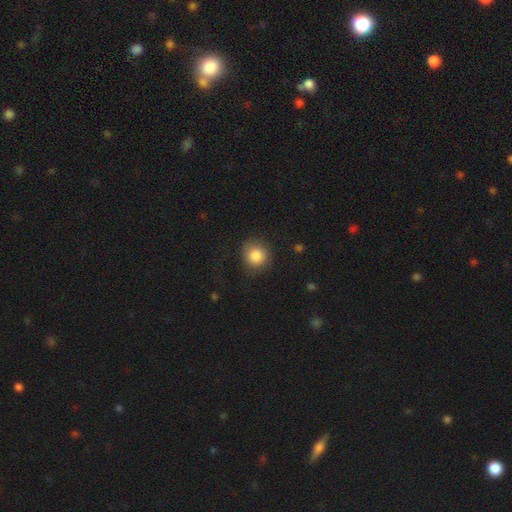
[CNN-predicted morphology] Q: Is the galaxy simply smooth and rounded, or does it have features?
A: smooth — 85%.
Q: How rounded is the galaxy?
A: round — 84%.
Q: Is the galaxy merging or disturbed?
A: none — 81%.